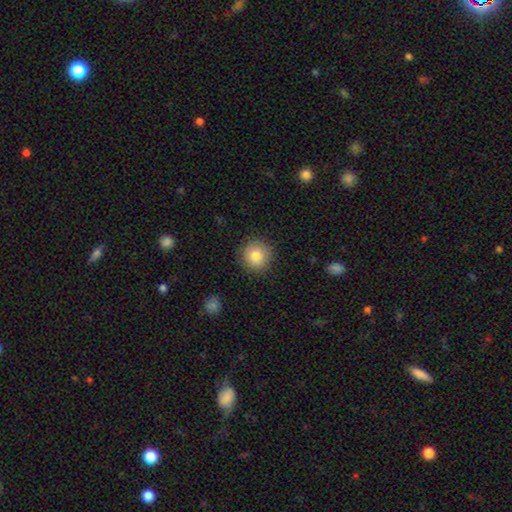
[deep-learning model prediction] Q: Smooth or featured?
A: smooth (83%); runner-up: star or artifact (9%)
Q: How rounded?
A: round (94%); runner-up: in between (5%)
Q: Merging?
A: none (89%); runner-up: minor disturbance (8%)